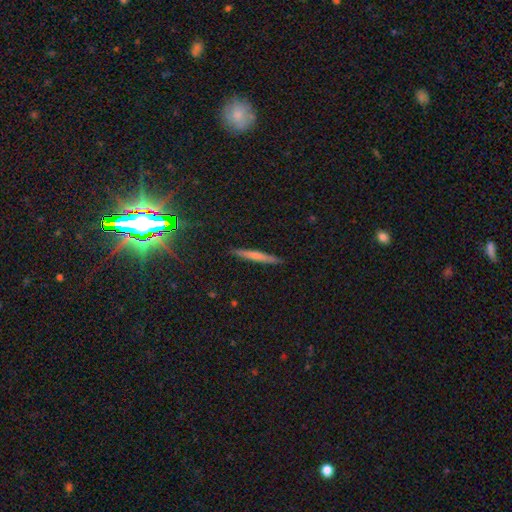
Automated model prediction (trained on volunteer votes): smooth 56%, featured or disk 34%, star or artifact 9%. Down the decision tree: how rounded — cigar-shaped (95%); merging — none (91%).